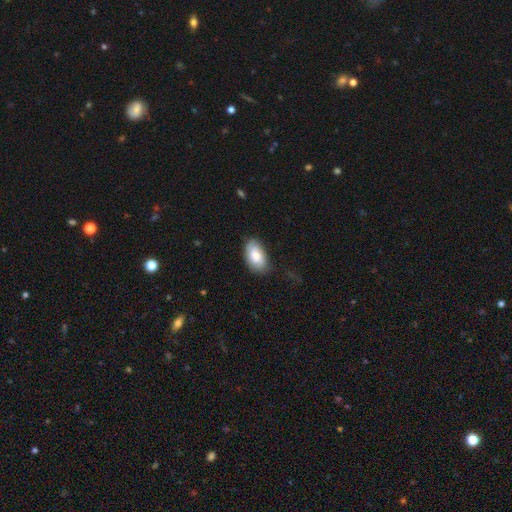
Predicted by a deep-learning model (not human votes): The model was most divided on "merging": none: 68%, minor disturbance: 24%, major disturbance: 6%, merger: 2%. More confident: how rounded — in between (93%); smooth or featured — smooth (72%).